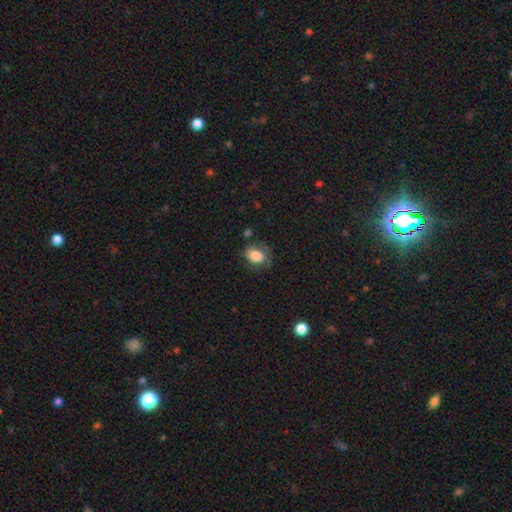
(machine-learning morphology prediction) Smooth or featured?
  - smooth: 82% *
  - featured or disk: 10%
  - star or artifact: 8%
How rounded?
  - in between: 77% *
  - round: 22%
  - cigar-shaped: 1%
Merging?
  - none: 58% *
  - minor disturbance: 26%
  - major disturbance: 12%
  - merger: 3%